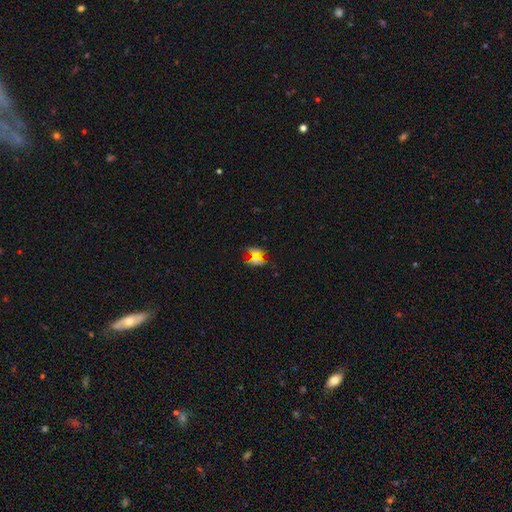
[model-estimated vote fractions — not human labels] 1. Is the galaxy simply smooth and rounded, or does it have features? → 41% smooth, 36% star or artifact, 23% featured or disk.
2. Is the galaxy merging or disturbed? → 66% none, 15% minor disturbance, 10% major disturbance, 8% merger.